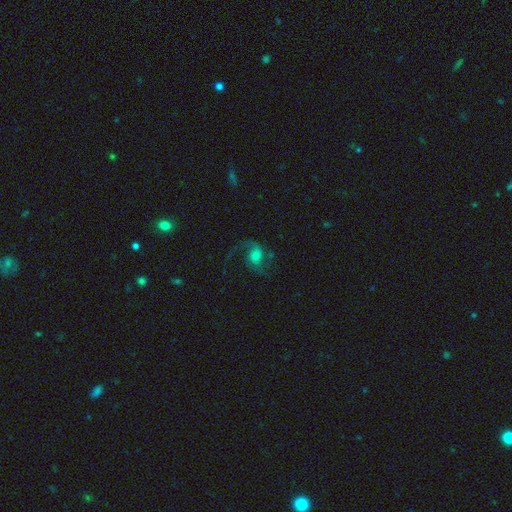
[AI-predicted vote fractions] A featured or disk galaxy (76%) with no bar (59%), 2 (78%) loose (57%) spiral arms (95%) and a moderate central bulge (46%). Merging: none (59%).